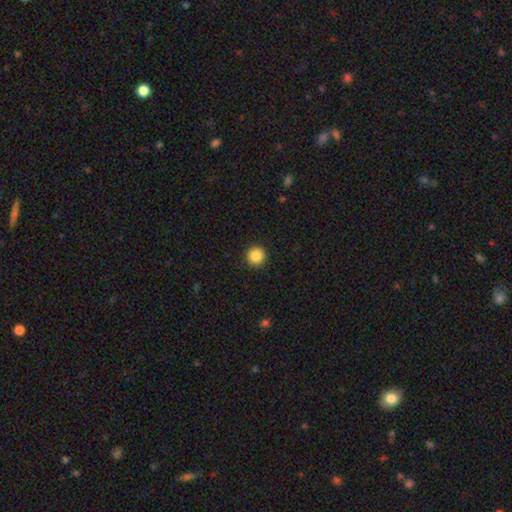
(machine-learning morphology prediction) A smooth galaxy with no disk features (86%) that is round (95%). Merging: none (93%).